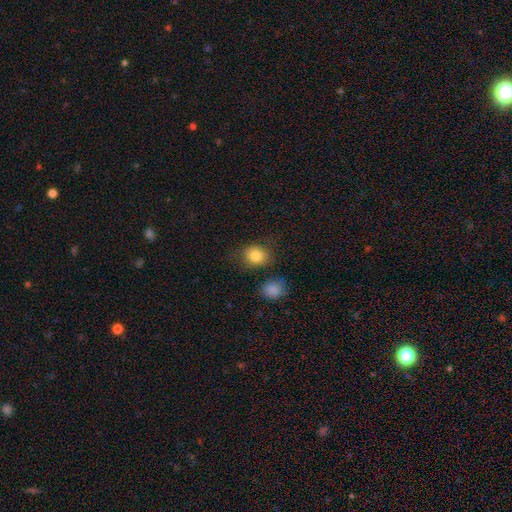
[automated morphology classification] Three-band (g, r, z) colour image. It shows a smooth galaxy with no disk features (84%) that is round (63%). Merging: none (72%).